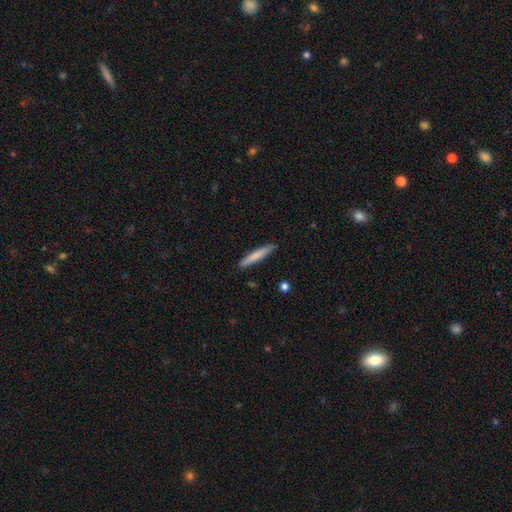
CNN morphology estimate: Smooth or featured? Predicted: smooth (p=0.75). How rounded? Predicted: cigar-shaped (p=0.93). Merging? Predicted: none (p=0.87).